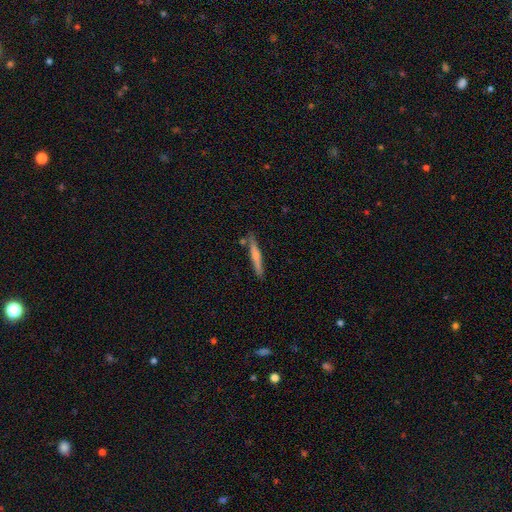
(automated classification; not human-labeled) smooth-or-featured: smooth: 57% | featured or disk: 38% | star or artifact: 6%
  how-rounded: cigar-shaped: 94% | in between: 4% | round: 2%
  merging: none: 81% | minor disturbance: 12% | merger: 5% | major disturbance: 2%